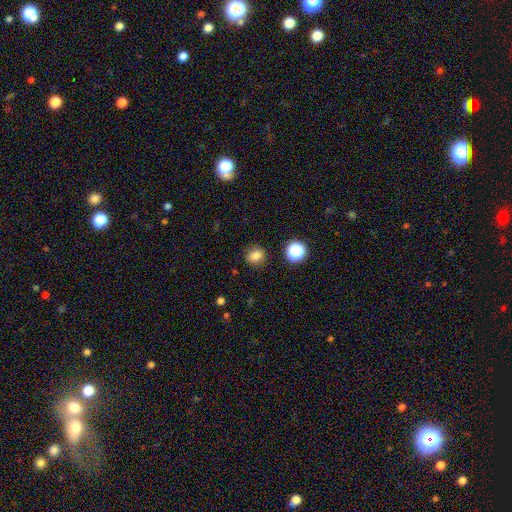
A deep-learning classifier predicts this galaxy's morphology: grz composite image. It shows a smooth galaxy with no disk features (80%) that is round (76%). Merging: none (86%).